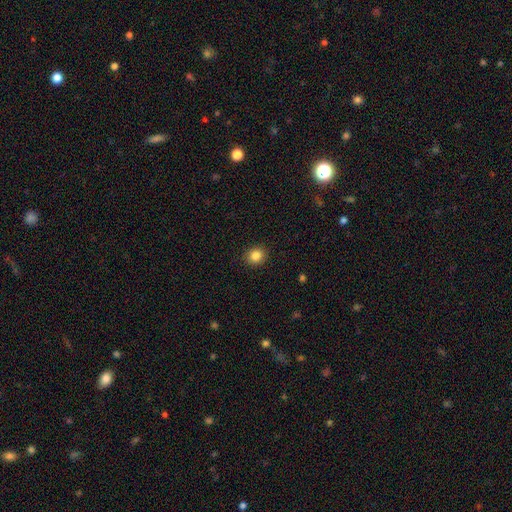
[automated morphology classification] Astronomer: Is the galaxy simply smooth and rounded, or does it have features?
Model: smooth — 85%.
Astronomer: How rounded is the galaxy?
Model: round — 76%.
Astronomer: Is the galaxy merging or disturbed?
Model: none — 91%.